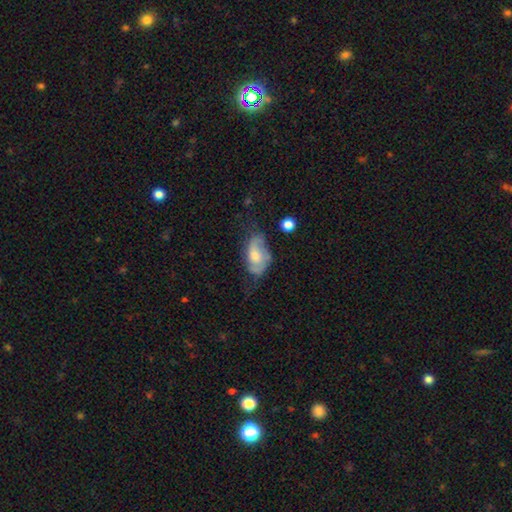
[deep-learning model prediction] Morphology: type=featured or disk (53%); edge-on=no (94%); merging=none (41%).